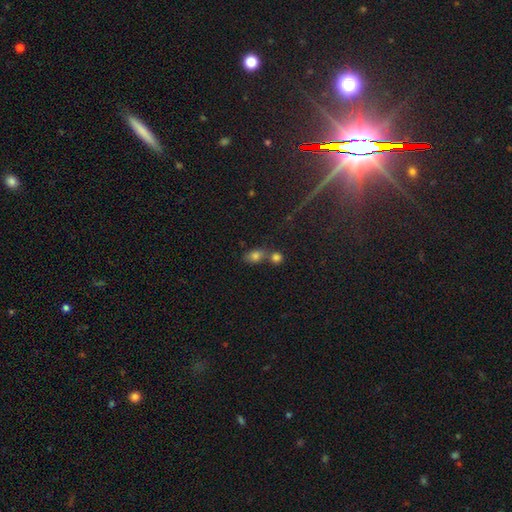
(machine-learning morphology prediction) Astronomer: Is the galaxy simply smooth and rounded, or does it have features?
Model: smooth — 72%.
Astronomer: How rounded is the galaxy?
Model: in between — 66%.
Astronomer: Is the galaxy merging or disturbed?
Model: none — 49% (runner-up: merger, 38%).